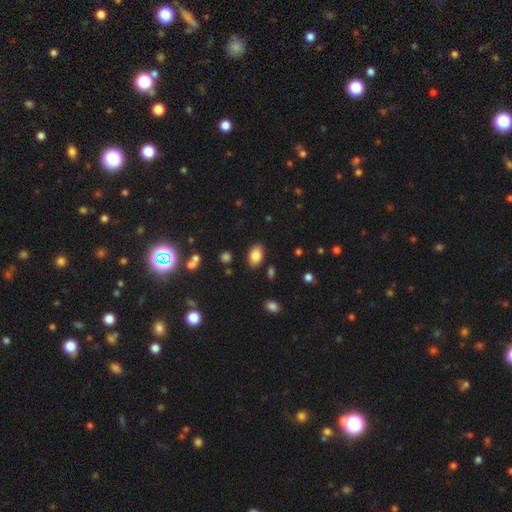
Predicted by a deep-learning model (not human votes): Smooth or featured?
  - smooth: 84% *
  - star or artifact: 9%
  - featured or disk: 7%
How rounded?
  - in between: 87% *
  - round: 12%
  - cigar-shaped: 1%
Merging?
  - none: 85% *
  - minor disturbance: 10%
  - major disturbance: 3%
  - merger: 2%